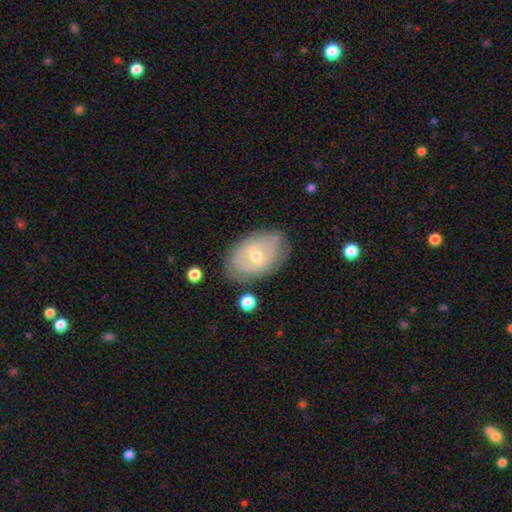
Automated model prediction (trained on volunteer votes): This appears to be a featured or disk galaxy (57%) with no bar (61%), no spiral arms (54%) and a moderate central bulge (56%). Merging: none (69%).